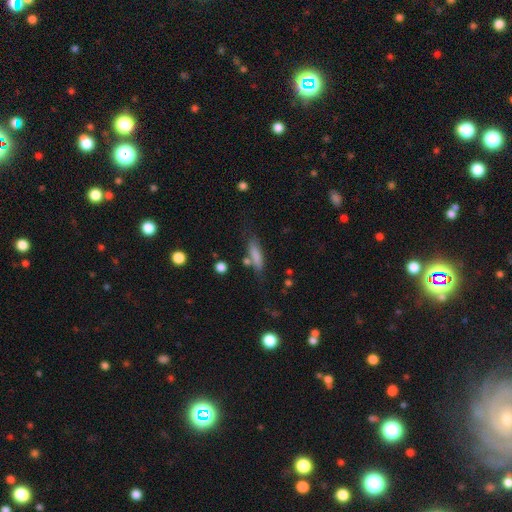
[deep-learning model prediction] Smooth or featured? Predicted: smooth (p=0.78). How rounded? Predicted: cigar-shaped (p=0.61). Merging? Predicted: none (p=0.68).